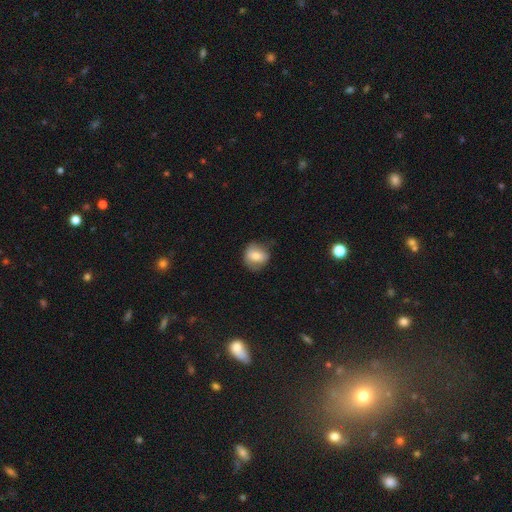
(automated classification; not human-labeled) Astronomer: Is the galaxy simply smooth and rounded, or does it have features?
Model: smooth — 69%.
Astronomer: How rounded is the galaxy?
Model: round — 64%.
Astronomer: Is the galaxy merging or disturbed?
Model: none — 63%.